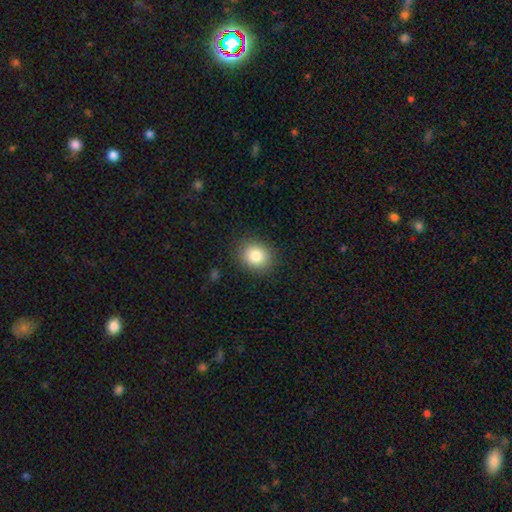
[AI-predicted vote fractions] The model was most divided on "how rounded": round: 68%, in between: 32%, cigar-shaped: 1%. More confident: merging — none (88%); smooth or featured — smooth (85%).